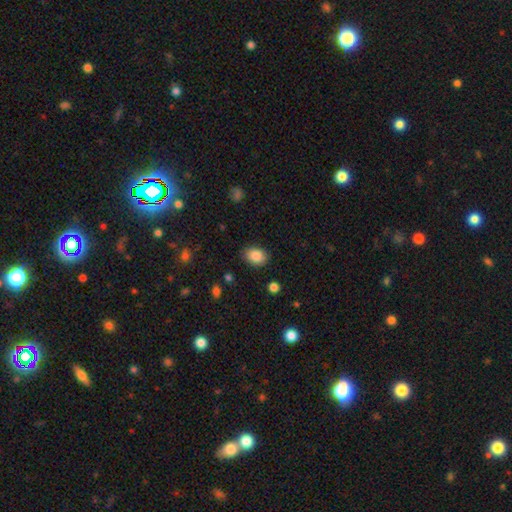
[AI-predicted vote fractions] A smooth galaxy with no disk features (87%) that is in between round and cigar-shaped (73%). Merging: none (86%).